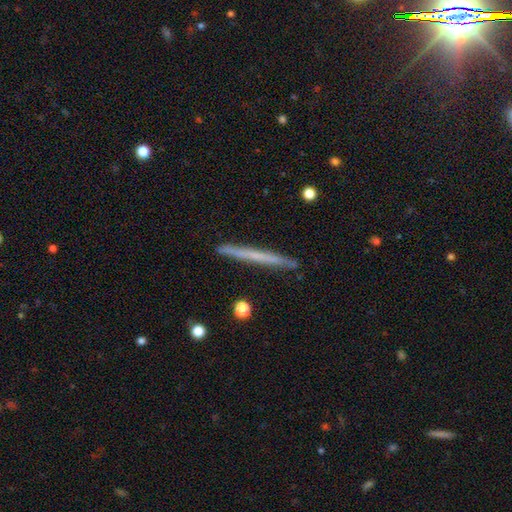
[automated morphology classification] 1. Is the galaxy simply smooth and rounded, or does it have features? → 51% smooth, 43% featured or disk, 6% star or artifact.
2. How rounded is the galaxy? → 97% cigar-shaped, 2% in between, 1% round.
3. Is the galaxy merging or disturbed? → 91% none, 7% minor disturbance, 1% merger, 1% major disturbance.